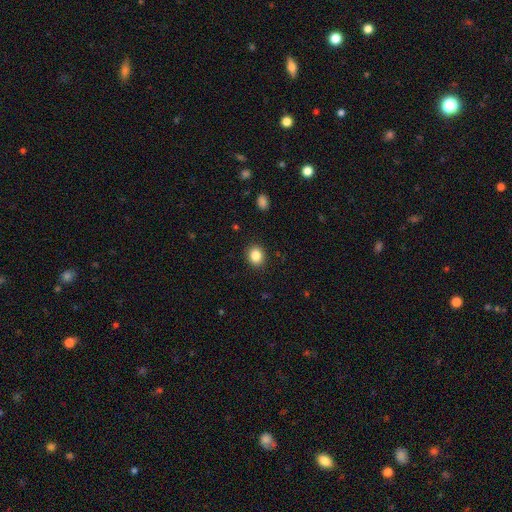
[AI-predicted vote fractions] smooth_or_featured: smooth (p=0.85) [alt: star or artifact p=0.10]
how_rounded: round (p=0.64) [alt: in between p=0.35]
merging: none (p=0.90) [alt: minor disturbance p=0.06]